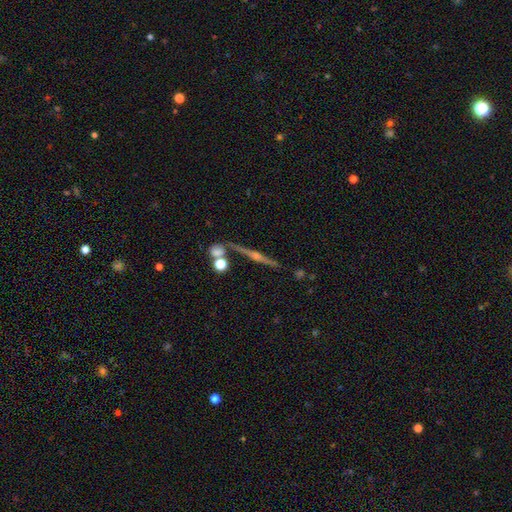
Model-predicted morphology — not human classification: This is clearly a featured or disk galaxy (81%). It is clearly viewed edge-on (97%). Edge-on bulge: clearly rounded (89%). Merging: clearly none (83%).